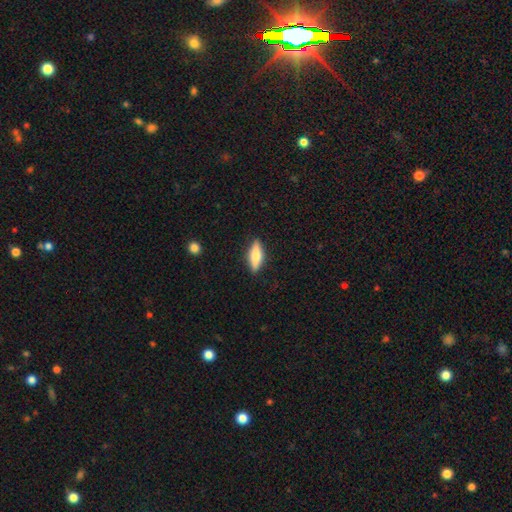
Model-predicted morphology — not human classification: Overall: smooth (56%; featured or disk 38%). How rounded: cigar-shaped (52%; in between 46%). Merging: none (88%).